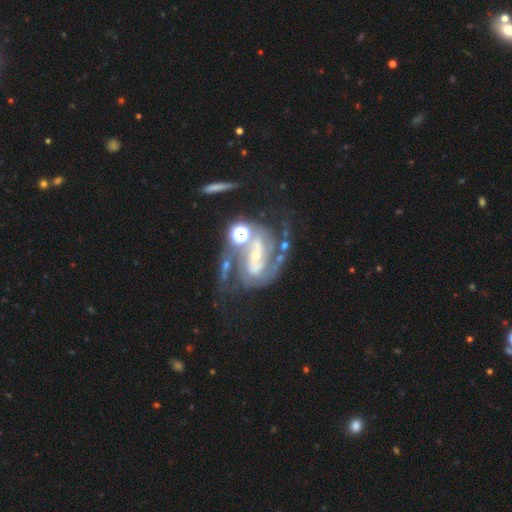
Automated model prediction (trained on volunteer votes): Smooth or featured? featured or disk (88%)
Edge-on disk? no (97%)
Bar? strong (39%)
Spiral arms? yes (97%)
Spiral winding? medium (51%)
Spiral arm count? 2 (79%)
Bulge size? small (64%)
Merging? none (50%)